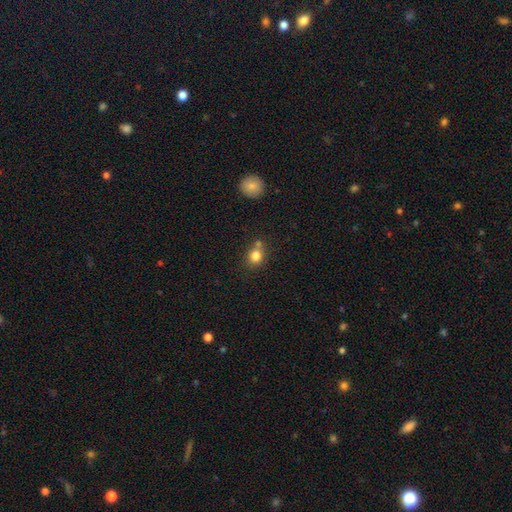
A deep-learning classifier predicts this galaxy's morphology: The model was most divided on "merging": none: 62%, merger: 23%, minor disturbance: 12%, major disturbance: 4%. More confident: smooth or featured — smooth (81%); how rounded — round (76%).